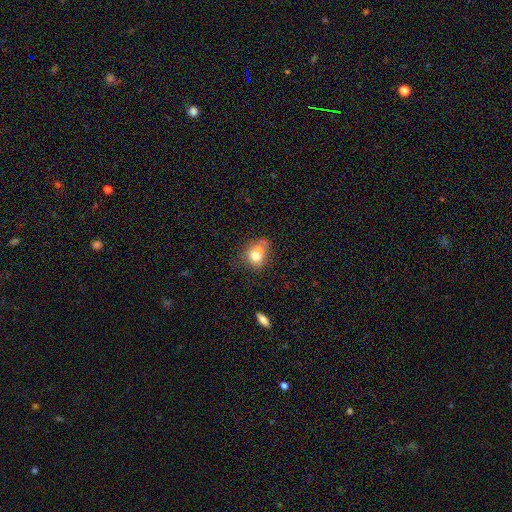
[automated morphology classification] Overall: smooth (73%). How rounded: round (55%; in between 44%). Merging: none (43%; minor disturbance 24%).